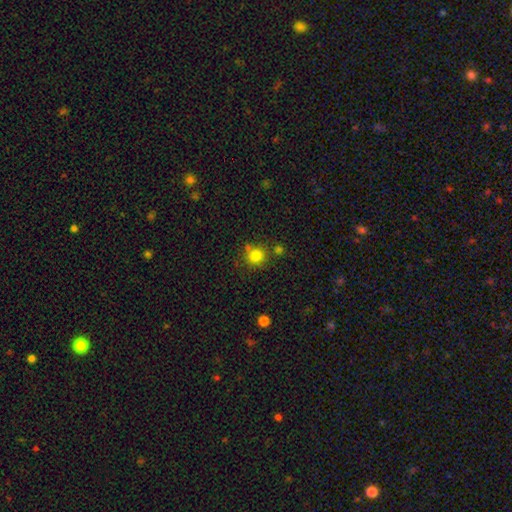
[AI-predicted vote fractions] Smooth or featured: smooth — 81% (star or artifact — 13%)
How rounded: round — 90% (in between — 9%)
Merging: none — 73% (merger — 12%)